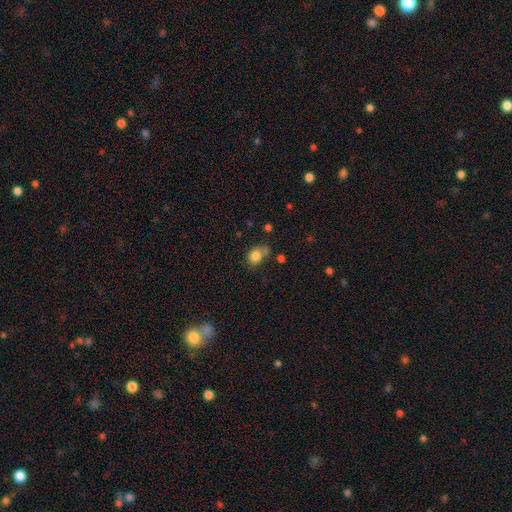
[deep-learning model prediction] This is clearly a smooth galaxy (82%). How rounded: possibly round (59%). Merging: possibly none (54%).